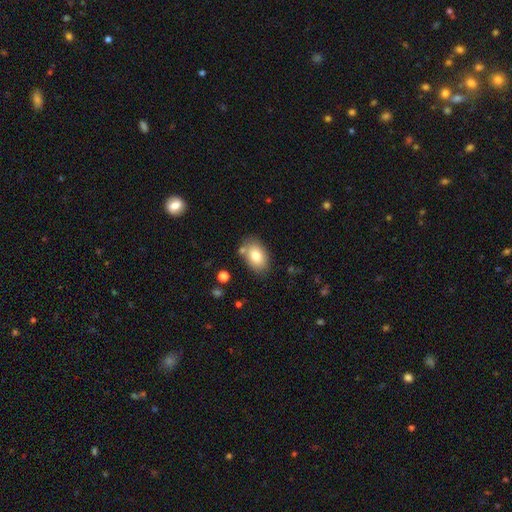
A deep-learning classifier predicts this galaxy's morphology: This appears to be a smooth galaxy with no disk features (79%) that is in between round and cigar-shaped (88%). Merging: none (75%).